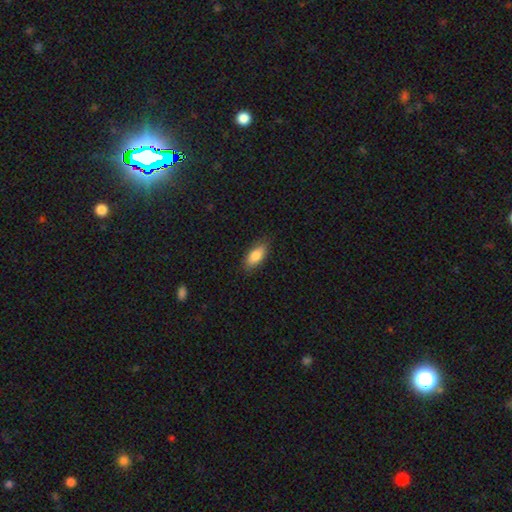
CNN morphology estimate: Overall: smooth (83%). How rounded: in between (84%). Merging: none (84%).